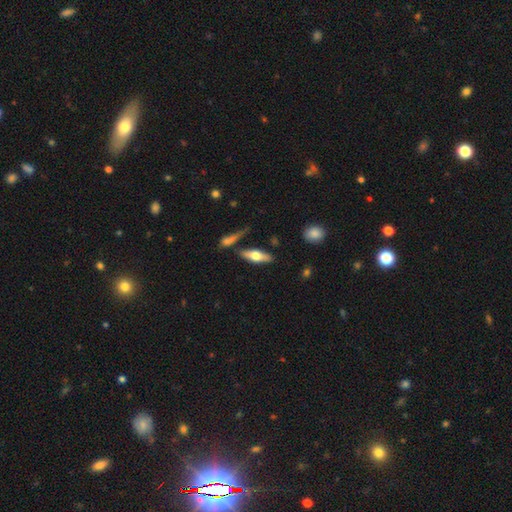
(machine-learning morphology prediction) smooth_or_featured: smooth (p=0.52) [alt: featured or disk p=0.43]
how_rounded: in between (p=0.53) [alt: cigar-shaped p=0.44]
merging: none (p=0.72) [alt: minor disturbance p=0.14]